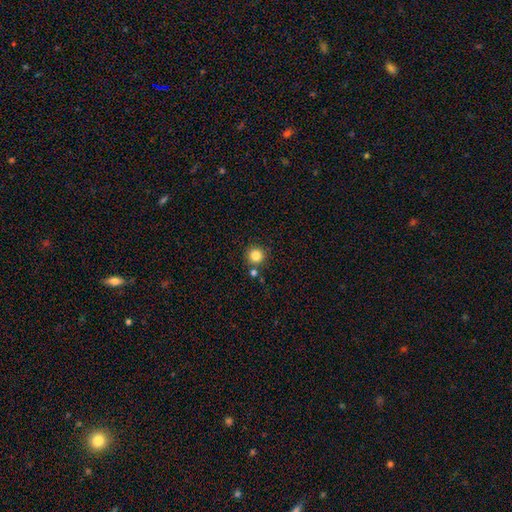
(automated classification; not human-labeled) Smooth or featured? Predicted: smooth (p=0.84). How rounded? Predicted: round (p=0.95). Merging? Predicted: none (p=0.83).